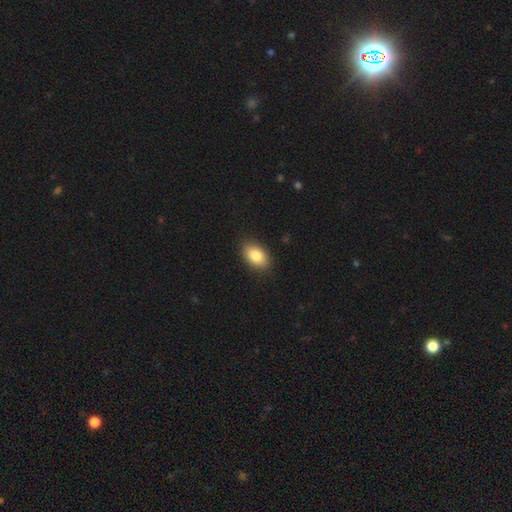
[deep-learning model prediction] smooth 85%, featured or disk 8%, star or artifact 7%. Down the decision tree: how rounded — in between (90%); merging — none (88%).